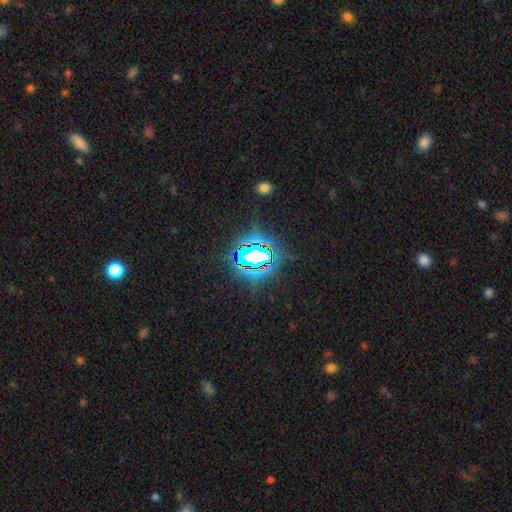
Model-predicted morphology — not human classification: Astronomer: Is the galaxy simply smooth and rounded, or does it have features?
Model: star or artifact — 76%.